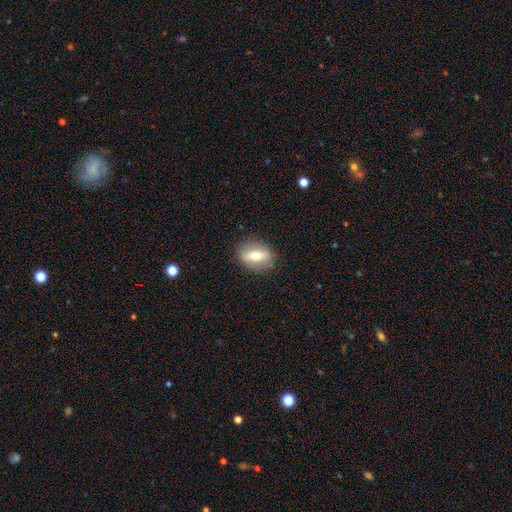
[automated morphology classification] This is possibly a smooth galaxy (57%). How rounded: likely in between (66%). Merging: clearly none (85%).